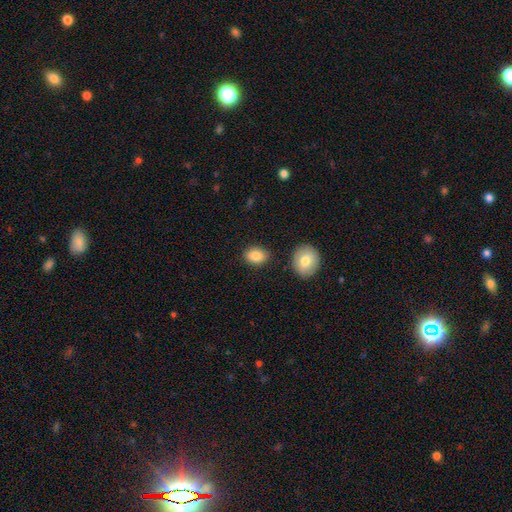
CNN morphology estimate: A smooth galaxy with no disk features (85%) that is in between round and cigar-shaped (74%).

Vote fractions:
- Smooth or featured? smooth: 85% / star or artifact: 8% / featured or disk: 7%
- How rounded? in between: 74% / round: 24% / cigar-shaped: 1%
- Merging? none: 83% / minor disturbance: 11% / merger: 4% / major disturbance: 3%